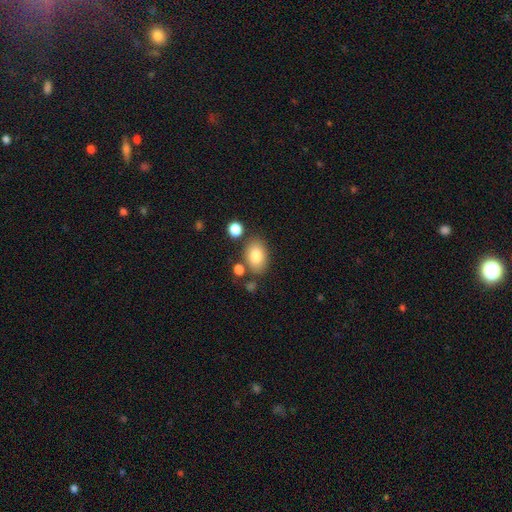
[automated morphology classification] type=smooth (83%); roundness=in between (83%); merging=none (75%).